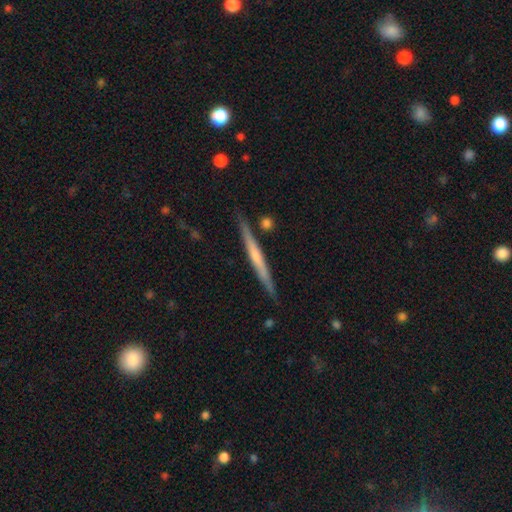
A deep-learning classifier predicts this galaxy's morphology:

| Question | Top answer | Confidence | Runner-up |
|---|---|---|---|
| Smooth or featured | featured or disk | 58% | smooth (37%) |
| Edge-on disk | yes | 97% | no (3%) |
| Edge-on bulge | none | 64% | rounded (29%) |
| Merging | none | 87% | minor disturbance (9%) |